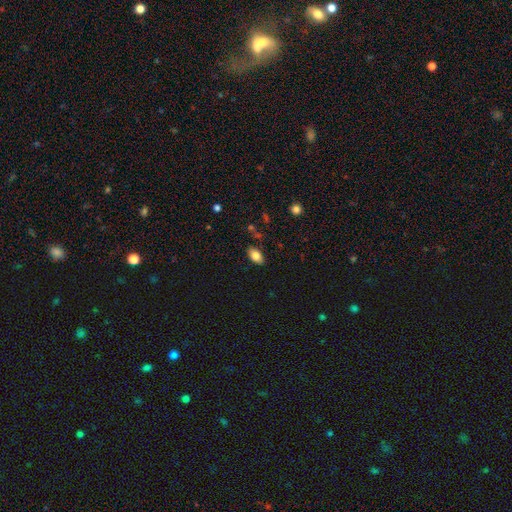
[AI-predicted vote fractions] smooth-or-featured: smooth: 79% | featured or disk: 13% | star or artifact: 8%
  how-rounded: in between: 91% | round: 7% | cigar-shaped: 3%
  merging: none: 83% | minor disturbance: 12% | major disturbance: 3% | merger: 2%